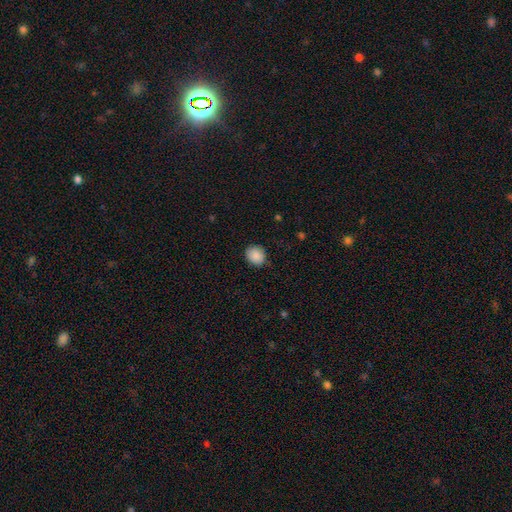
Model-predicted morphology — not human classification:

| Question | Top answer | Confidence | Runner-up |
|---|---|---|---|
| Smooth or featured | smooth | 89% | star or artifact (8%) |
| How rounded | round | 67% | in between (32%) |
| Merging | none | 84% | minor disturbance (12%) |